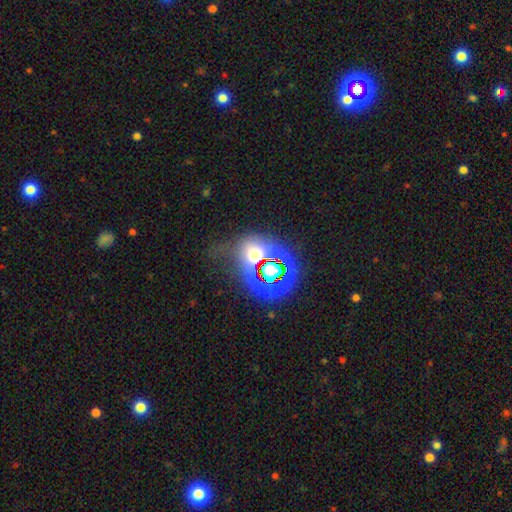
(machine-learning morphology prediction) This appears to be a star or artifact, not a galaxy (46%).